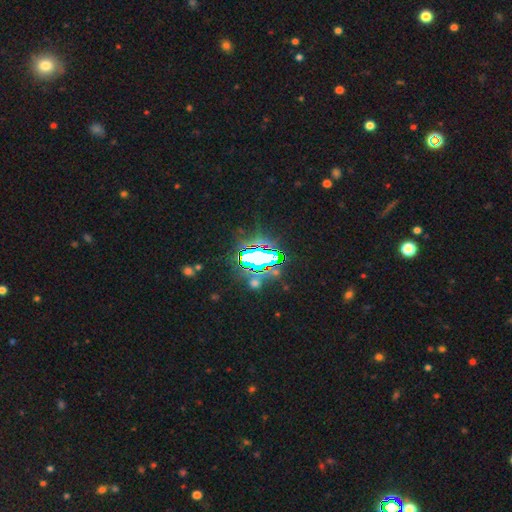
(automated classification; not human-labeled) Overall: star or artifact (72%).